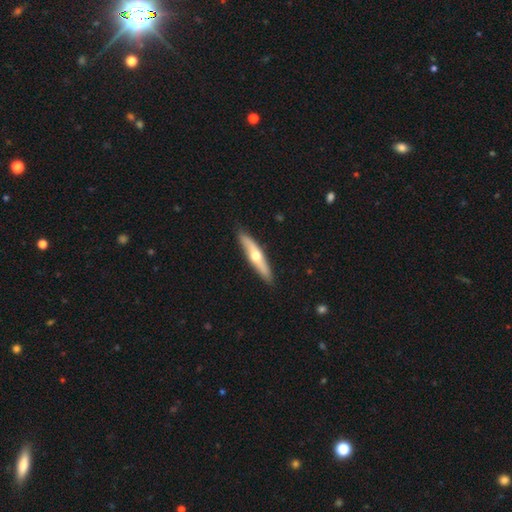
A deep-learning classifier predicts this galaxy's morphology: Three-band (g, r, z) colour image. It shows a featured or disk galaxy (55%) viewed edge-on (87%). Merging: none (89%).